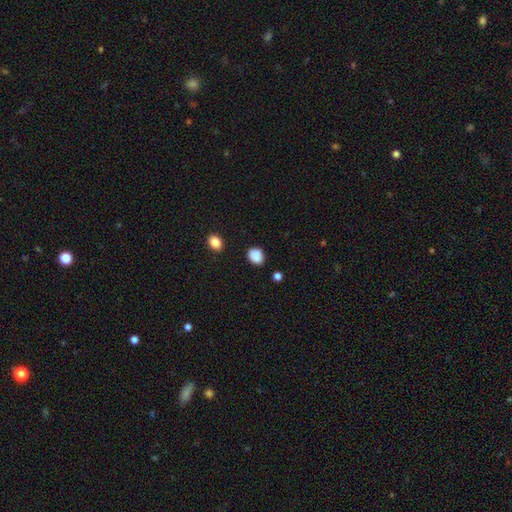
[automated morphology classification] smooth 87%, star or artifact 9%, featured or disk 4%. Down the decision tree: how rounded — in between (51%); merging — none (78%).